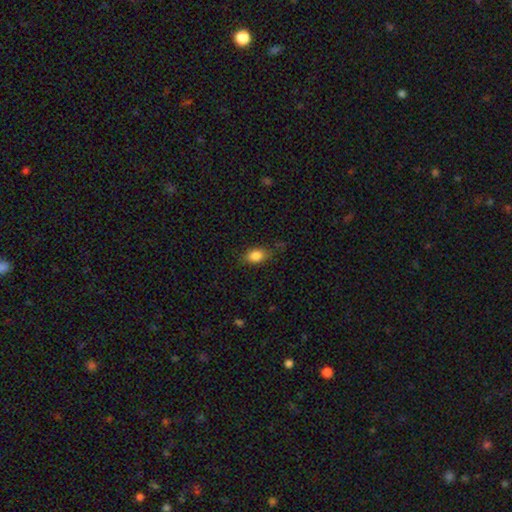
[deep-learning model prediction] Smooth or featured? Predicted: smooth (p=0.85). How rounded? Predicted: in between (p=0.83). Merging? Predicted: none (p=0.77).